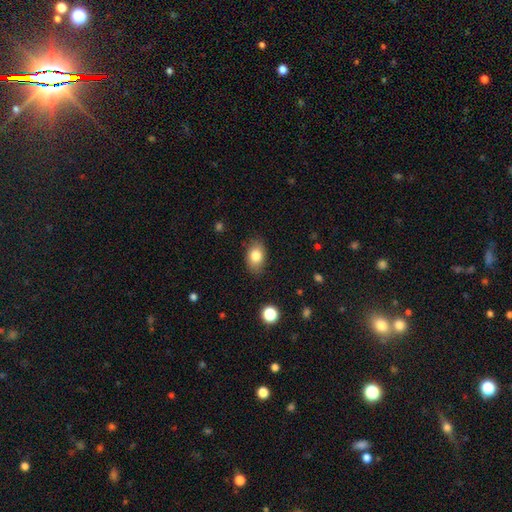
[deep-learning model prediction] Morphology: type=smooth (81%); roundness=in between (85%); merging=none (83%).